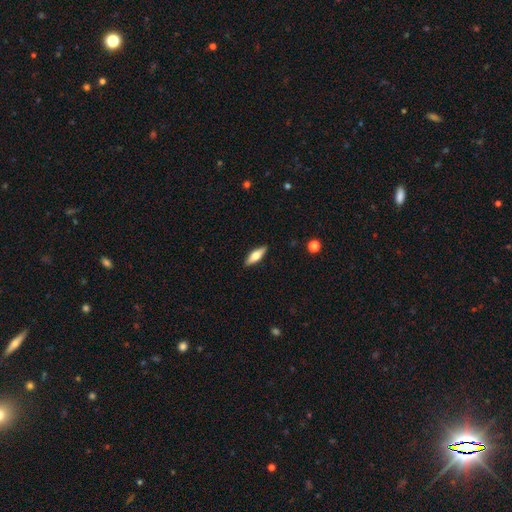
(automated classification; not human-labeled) This appears to be a smooth galaxy with no disk features (56%) that is in between round and cigar-shaped (52%). Merging: none (89%).